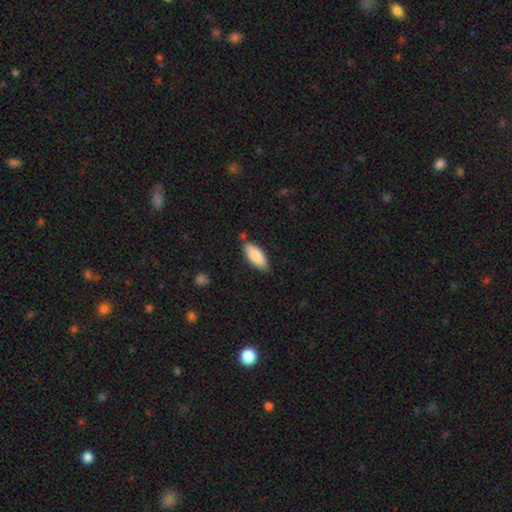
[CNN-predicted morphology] Overall: smooth (85%). How rounded: in between (78%). Merging: none (79%).